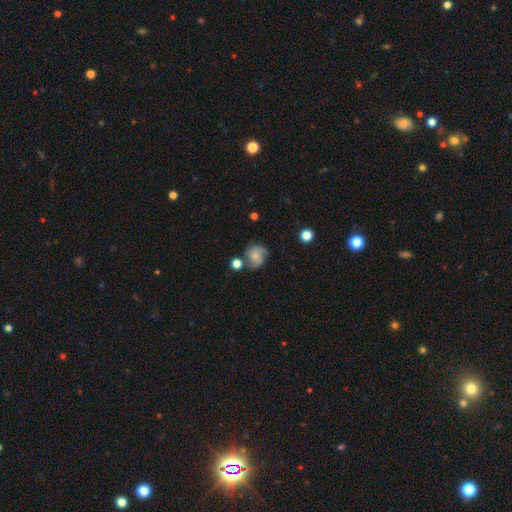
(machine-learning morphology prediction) This appears to be a smooth galaxy with no disk features (52%) that is round (73%). Merging: none (55%).